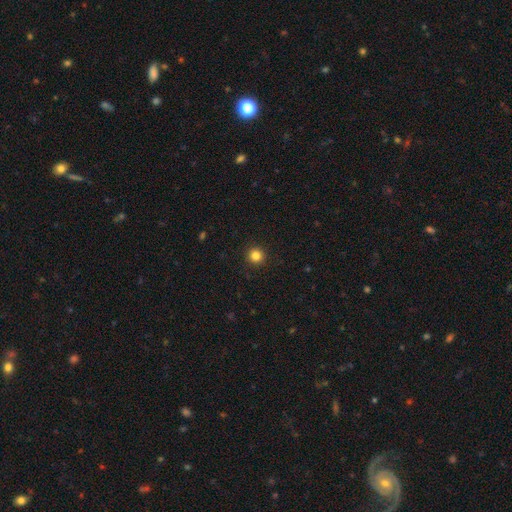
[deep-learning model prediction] Q: Smooth or featured?
A: smooth (83%); runner-up: star or artifact (12%)
Q: How rounded?
A: round (95%); runner-up: in between (4%)
Q: Merging?
A: none (93%); runner-up: minor disturbance (4%)